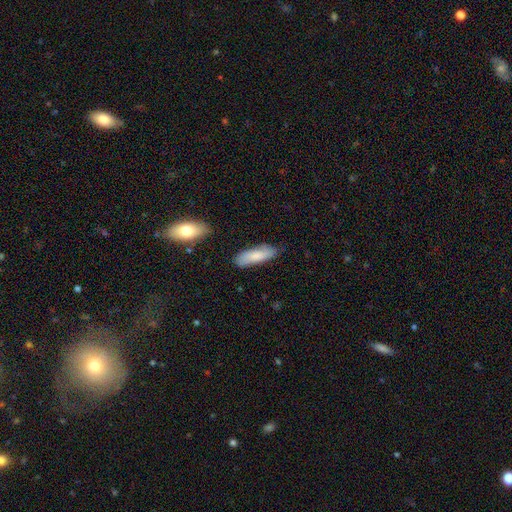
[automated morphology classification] This is likely a smooth galaxy (79%). How rounded: possibly in between (54%). Merging: likely none (79%).